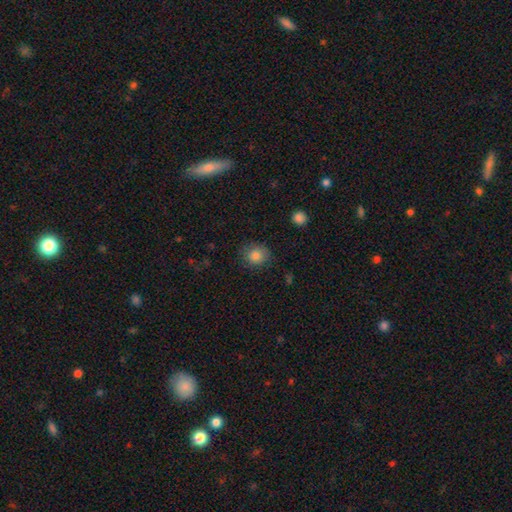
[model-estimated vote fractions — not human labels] smooth 84%, star or artifact 10%, featured or disk 6%. Down the decision tree: how rounded — round (82%); merging — none (83%).